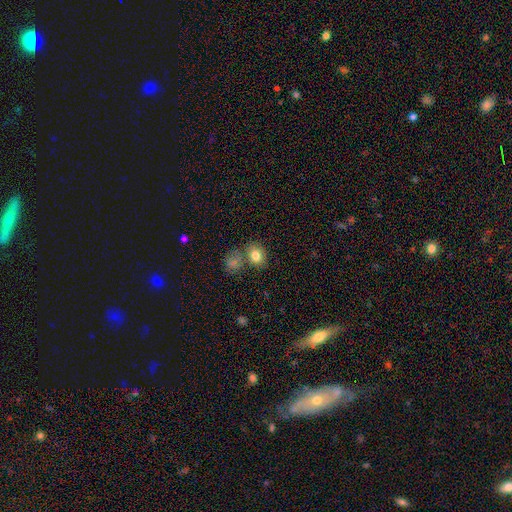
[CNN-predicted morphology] smooth-or-featured: smooth: 82% | star or artifact: 9% | featured or disk: 9%
  how-rounded: in between: 52% | round: 47% | cigar-shaped: 1%
  merging: none: 62% | merger: 21% | minor disturbance: 13% | major disturbance: 4%